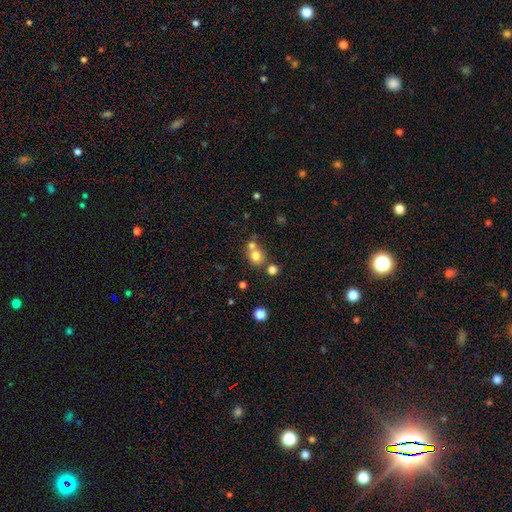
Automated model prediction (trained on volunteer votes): Smooth or featured? Predicted: smooth (p=0.75). How rounded? Predicted: round (p=0.83). Merging? Predicted: none (p=0.49).